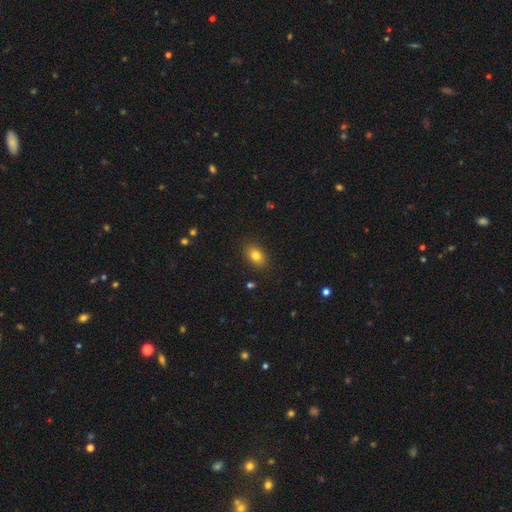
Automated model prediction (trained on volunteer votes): Q: Smooth or featured?
A: smooth (80%); runner-up: star or artifact (10%)
Q: How rounded?
A: in between (79%); runner-up: round (19%)
Q: Merging?
A: none (88%); runner-up: minor disturbance (9%)